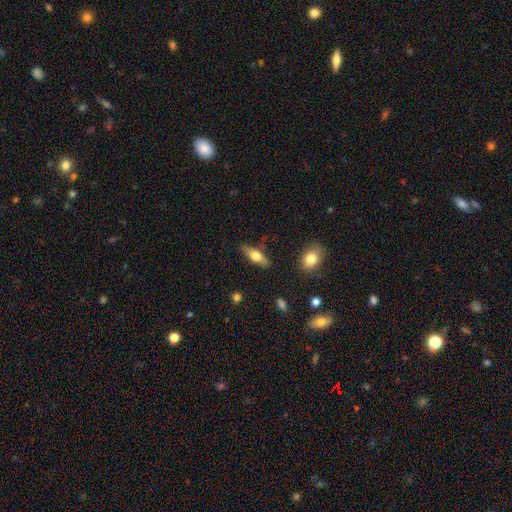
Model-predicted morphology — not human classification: smooth_or_featured: smooth (p=0.54) [alt: featured or disk p=0.40]
how_rounded: in between (p=0.50) [alt: cigar-shaped p=0.46]
merging: none (p=0.84) [alt: minor disturbance p=0.11]